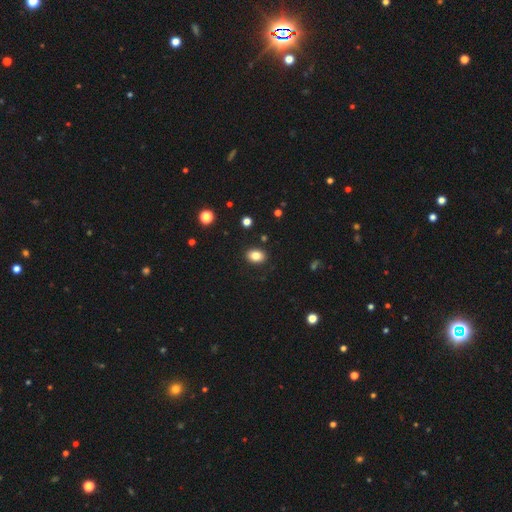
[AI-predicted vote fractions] Q: Smooth or featured?
A: smooth (83%); runner-up: star or artifact (10%)
Q: How rounded?
A: in between (70%); runner-up: round (29%)
Q: Merging?
A: none (89%); runner-up: minor disturbance (8%)